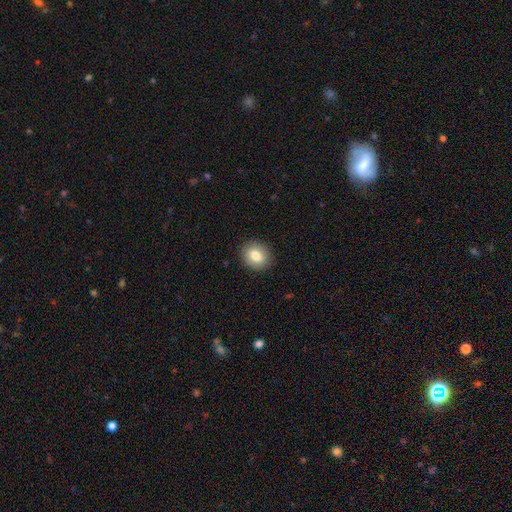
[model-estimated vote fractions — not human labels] The model was most divided on "how rounded": round: 65%, in between: 34%, cigar-shaped: 1%. More confident: merging — none (89%); smooth or featured — smooth (80%).